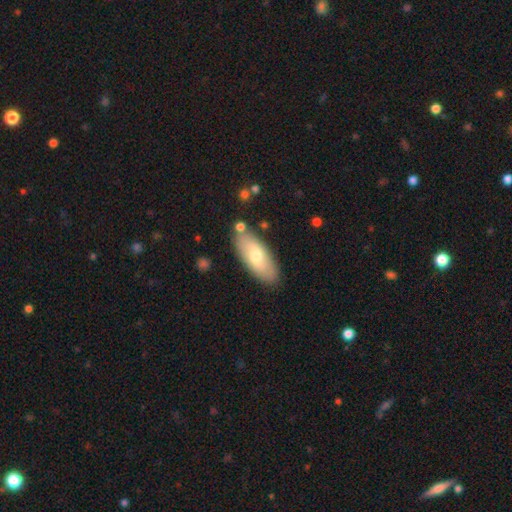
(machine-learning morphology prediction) Smooth or featured? Predicted: smooth (p=0.64). How rounded? Predicted: in between (p=0.81). Merging? Predicted: none (p=0.82).